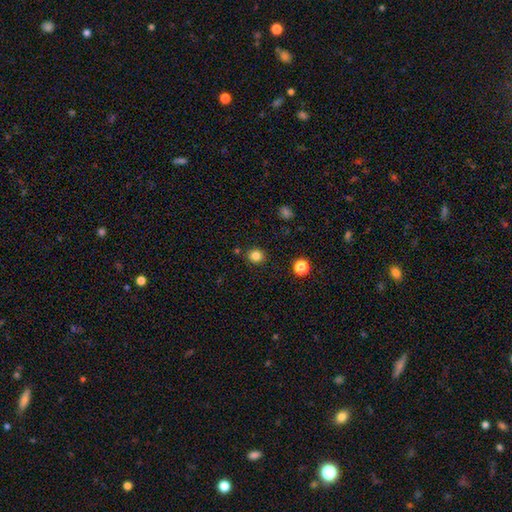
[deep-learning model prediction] Smooth or featured? Predicted: smooth (p=0.82). How rounded? Predicted: round (p=0.87). Merging? Predicted: none (p=0.88).